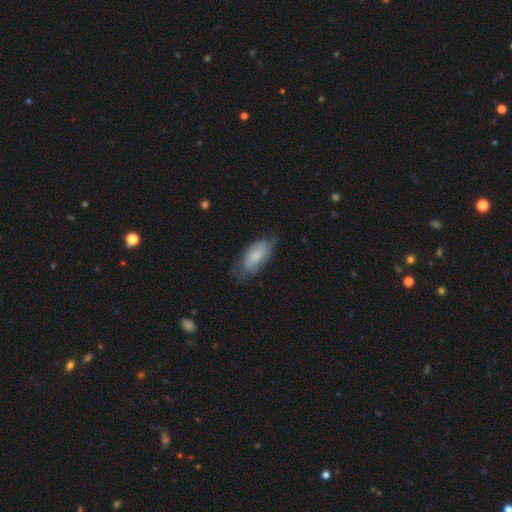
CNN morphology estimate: This appears to be a smooth galaxy with no disk features (69%) that is in between round and cigar-shaped (88%). Merging: none (59%).